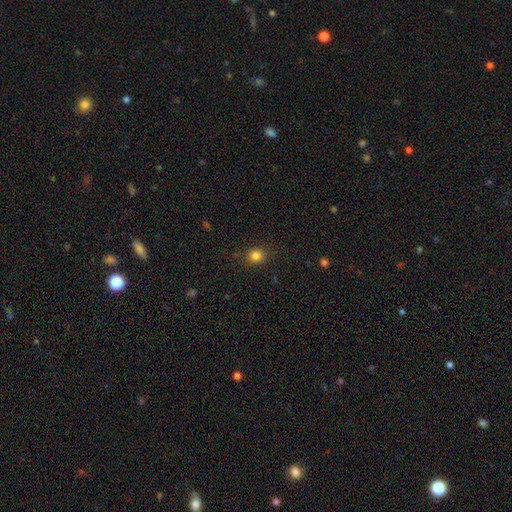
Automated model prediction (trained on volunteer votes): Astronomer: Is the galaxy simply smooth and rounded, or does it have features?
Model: smooth — 83%.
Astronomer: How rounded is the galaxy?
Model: round — 75%.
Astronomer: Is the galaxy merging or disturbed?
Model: none — 86%.